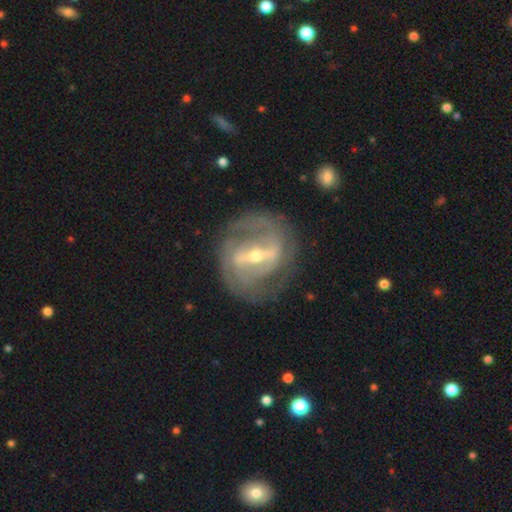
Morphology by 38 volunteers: Overall: featured or disk (89%). Edge-on disk: no (91%). Bar: strong (71%). Spiral arms: yes (97%). Spiral arm count: 2 (63%). Spiral winding: tight (70%). Bulge size: moderate (55%; small 42%). Merging: none (77%).